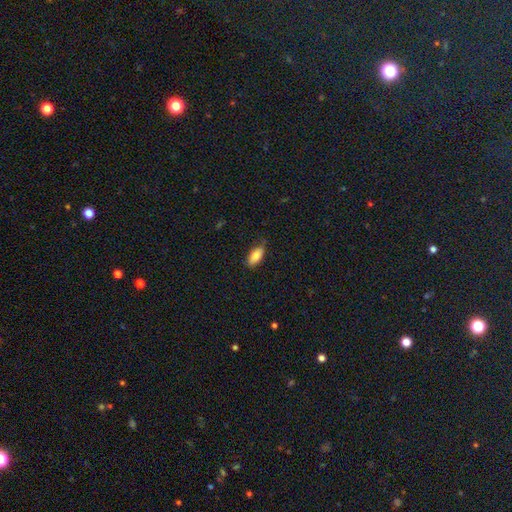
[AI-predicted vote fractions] smooth-or-featured: smooth: 80% | featured or disk: 13% | star or artifact: 7%
  how-rounded: in between: 84% | cigar-shaped: 13% | round: 2%
  merging: none: 76% | minor disturbance: 20% | major disturbance: 3% | merger: 1%